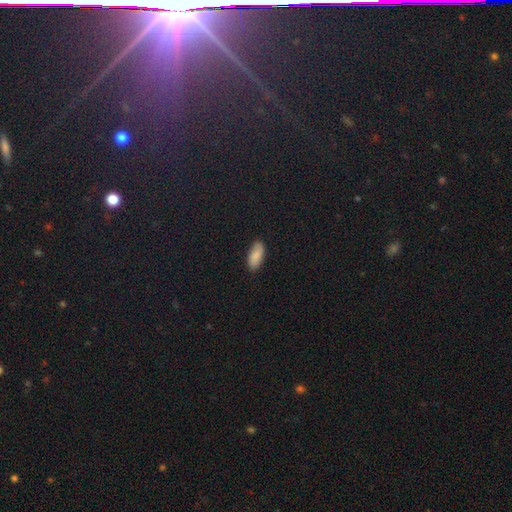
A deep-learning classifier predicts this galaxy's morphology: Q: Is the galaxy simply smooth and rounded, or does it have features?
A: smooth — 87%.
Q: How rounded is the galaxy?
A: in between — 88%.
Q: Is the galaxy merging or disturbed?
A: none — 86%.